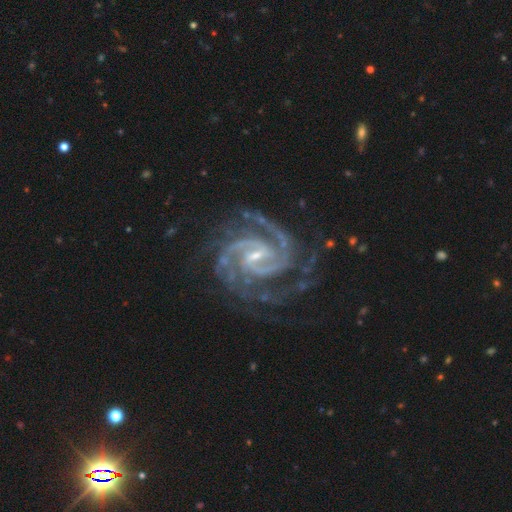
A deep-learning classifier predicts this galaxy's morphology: featured or disk 95%, star or artifact 4%, smooth 2%. Down the decision tree: edge-on disk — no (98%); bar — weak (52%); spiral arms — yes (99%); spiral arm count — 2 (58%); spiral winding — tight (54%); bulge size — small (71%); merging — none (71%).